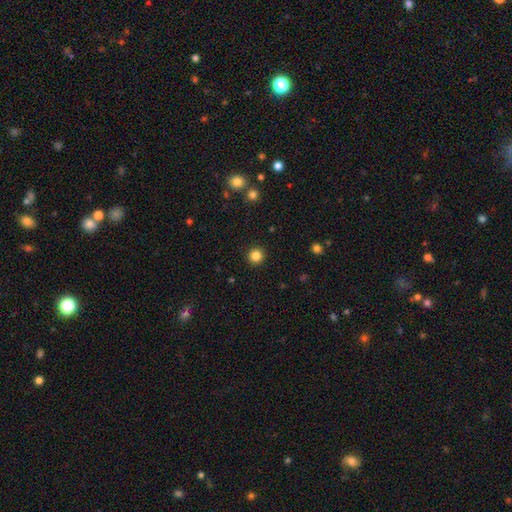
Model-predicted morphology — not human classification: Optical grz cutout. It shows a smooth galaxy with no disk features (85%) that is round (95%). Merging: none (93%).